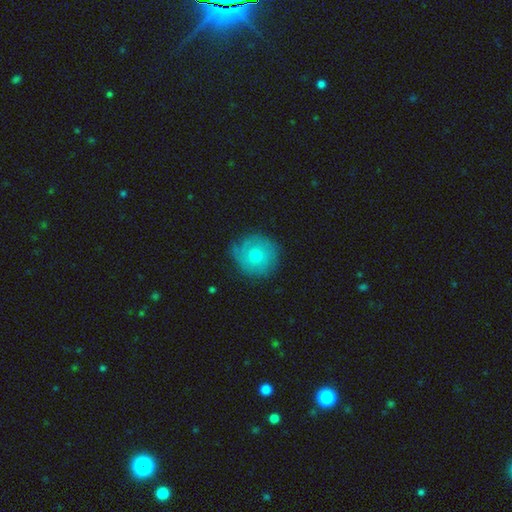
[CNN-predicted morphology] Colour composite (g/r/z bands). It shows a smooth galaxy with no disk features (60%) that is round (93%). Merging: none (75%).